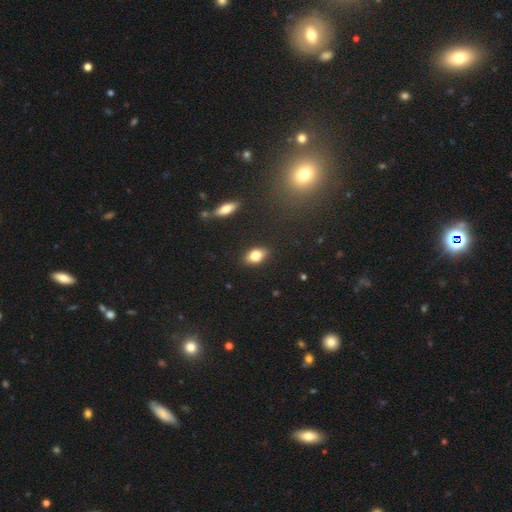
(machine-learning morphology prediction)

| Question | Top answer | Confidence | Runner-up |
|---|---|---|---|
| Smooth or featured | smooth | 80% | featured or disk (11%) |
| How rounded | in between | 85% | round (12%) |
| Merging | none | 86% | minor disturbance (10%) |